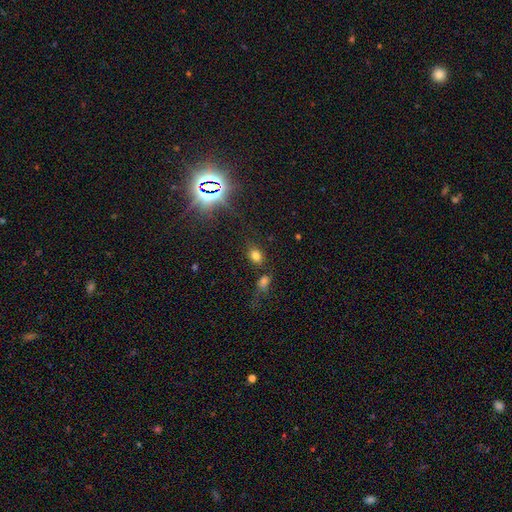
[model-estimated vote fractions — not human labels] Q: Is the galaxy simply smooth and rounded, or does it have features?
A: smooth — 73%.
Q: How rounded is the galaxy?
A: in between — 68%.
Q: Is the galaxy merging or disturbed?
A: none — 71%.